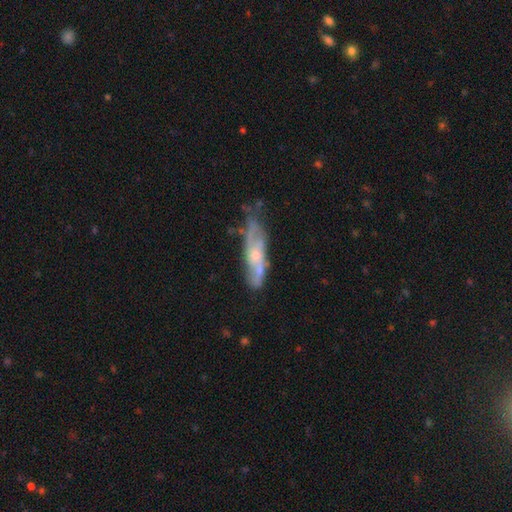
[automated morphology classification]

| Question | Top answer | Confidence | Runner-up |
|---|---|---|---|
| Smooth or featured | featured or disk | 67% | smooth (26%) |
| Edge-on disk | no | 67% | yes (33%) |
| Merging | none | 48% | minor disturbance (31%) |